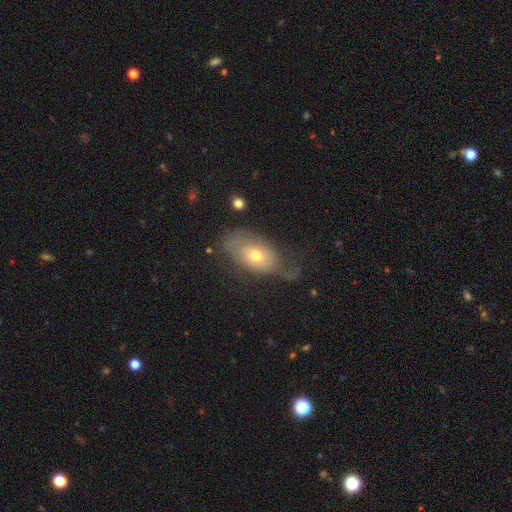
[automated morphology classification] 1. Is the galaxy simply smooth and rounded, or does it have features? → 49% smooth, 43% featured or disk, 8% star or artifact.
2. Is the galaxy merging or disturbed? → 43% none, 29% minor disturbance, 26% major disturbance, 3% merger.